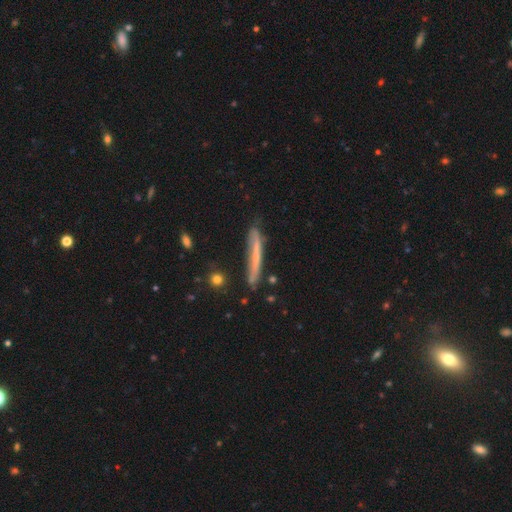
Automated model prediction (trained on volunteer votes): Morphology: type=smooth (49%); merging=none (71%).